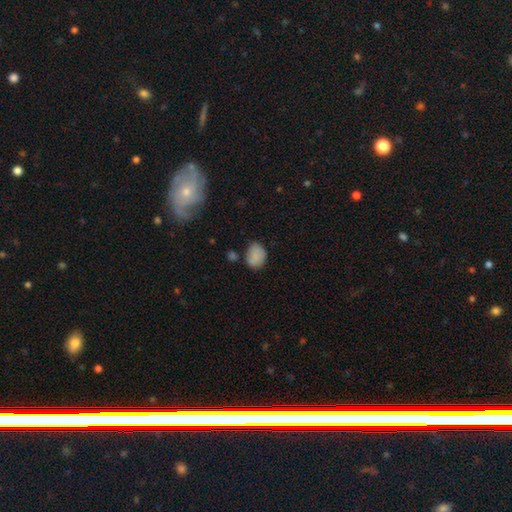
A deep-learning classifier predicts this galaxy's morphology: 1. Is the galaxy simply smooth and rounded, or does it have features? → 84% smooth, 9% star or artifact, 7% featured or disk.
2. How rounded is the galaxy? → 67% in between, 32% round, 1% cigar-shaped.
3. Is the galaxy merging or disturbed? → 64% none, 22% minor disturbance, 8% merger, 6% major disturbance.